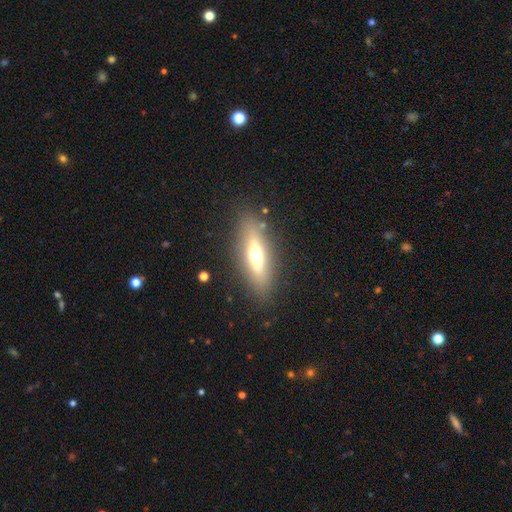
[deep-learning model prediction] featured or disk 50%, smooth 42%, star or artifact 8%. Down the decision tree: merging — none (83%).